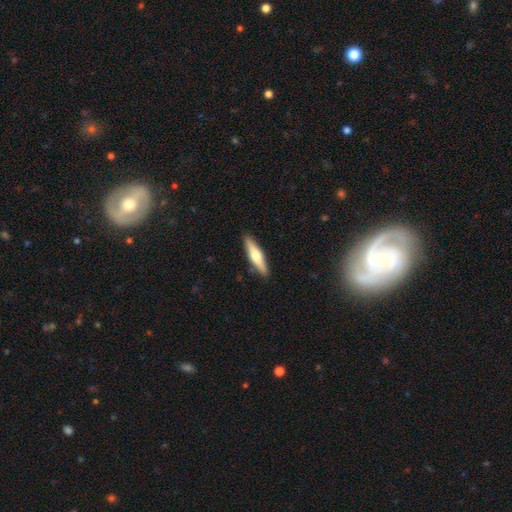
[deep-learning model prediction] Smooth or featured? smooth (53%)
How rounded? cigar-shaped (79%)
Merging? none (90%)